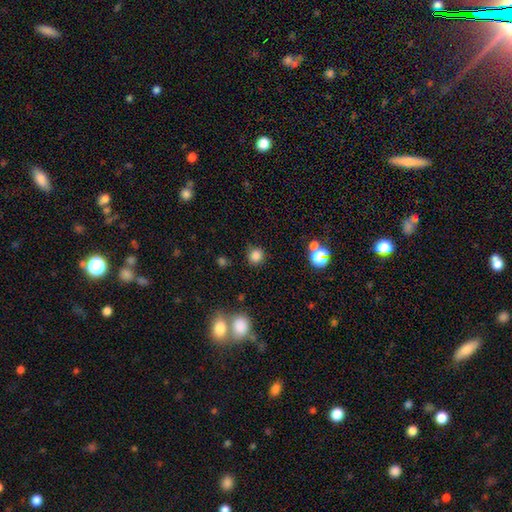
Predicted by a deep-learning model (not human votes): smooth_or_featured: smooth (p=0.82) [alt: star or artifact p=0.14]
how_rounded: round (p=0.90) [alt: in between p=0.09]
merging: none (p=0.83) [alt: minor disturbance p=0.09]